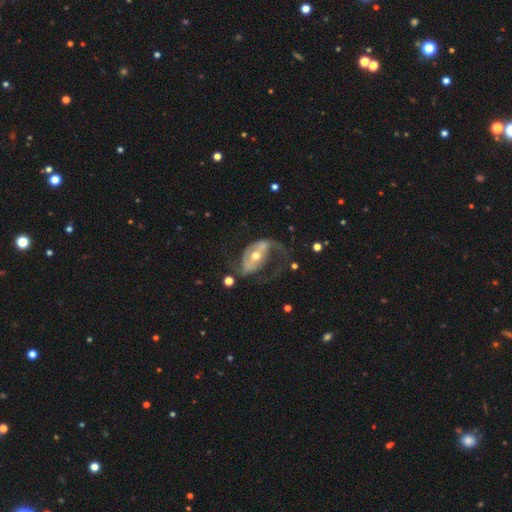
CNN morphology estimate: This is clearly a featured or disk galaxy (81%). It is clearly not viewed edge-on (95%). Bar: marginally strong (37%). Spiral arm pattern: clearly yes (85%). Spiral arm count: likely 2 (75%). Spiral winding: possibly loose (54%). Central bulge: likely moderate (64%). Merging: marginally none (41%).